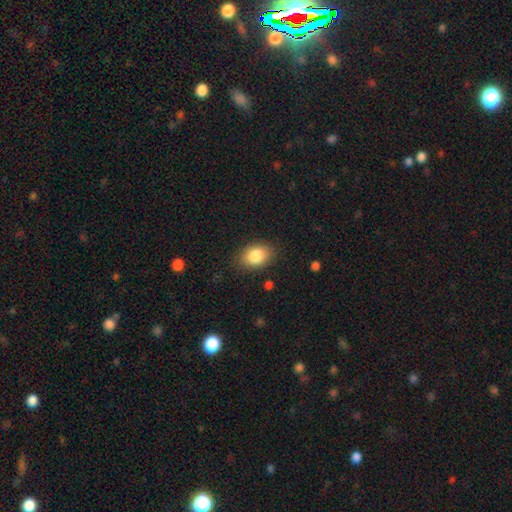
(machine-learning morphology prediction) A smooth galaxy with no disk features (85%) that is in between round and cigar-shaped (78%).

Vote fractions:
- Smooth or featured? smooth: 85% / star or artifact: 8% / featured or disk: 8%
- How rounded? in between: 78% / round: 21% / cigar-shaped: 1%
- Merging? none: 84% / minor disturbance: 11% / major disturbance: 3% / merger: 1%